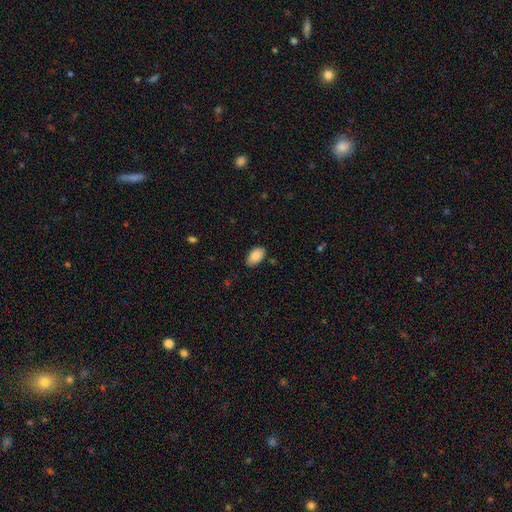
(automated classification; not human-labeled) smooth_or_featured: smooth (p=0.88) [alt: star or artifact p=0.07]
how_rounded: in between (p=0.94) [alt: round p=0.05]
merging: none (p=0.81) [alt: minor disturbance p=0.15]